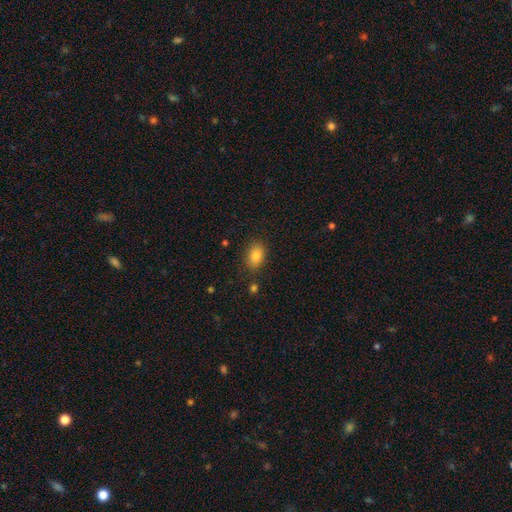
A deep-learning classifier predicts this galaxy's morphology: Smooth or featured?
  - smooth: 84% *
  - star or artifact: 10%
  - featured or disk: 6%
How rounded?
  - in between: 82% *
  - round: 17%
  - cigar-shaped: 1%
Merging?
  - none: 83% *
  - minor disturbance: 11%
  - major disturbance: 3%
  - merger: 2%